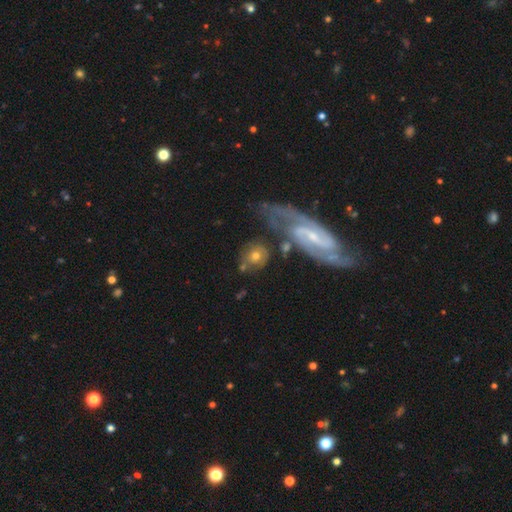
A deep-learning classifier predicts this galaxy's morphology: smooth-or-featured: smooth: 51% | featured or disk: 41% | star or artifact: 8%
  how-rounded: round: 71% | in between: 26% | cigar-shaped: 2%
  merging: none: 56% | merger: 18% | minor disturbance: 17% | major disturbance: 10%